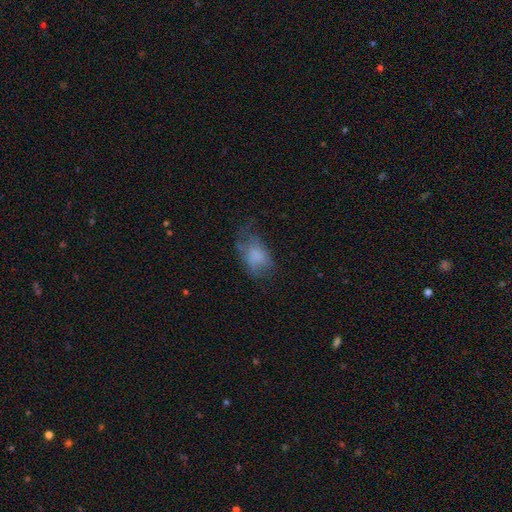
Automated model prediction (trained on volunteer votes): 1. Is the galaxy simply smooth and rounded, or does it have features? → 66% smooth, 24% featured or disk, 10% star or artifact.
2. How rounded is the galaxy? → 83% in between, 15% round, 2% cigar-shaped.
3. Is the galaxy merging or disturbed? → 37% none, 32% major disturbance, 29% minor disturbance, 2% merger.